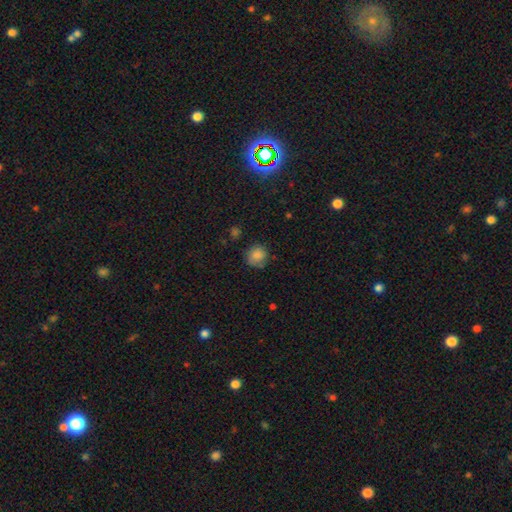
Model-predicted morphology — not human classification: Q: Smooth or featured?
A: smooth (84%); runner-up: star or artifact (9%)
Q: How rounded?
A: round (85%); runner-up: in between (14%)
Q: Merging?
A: none (74%); runner-up: minor disturbance (20%)